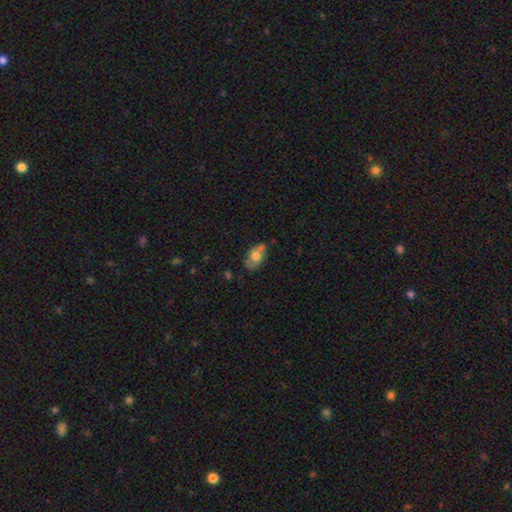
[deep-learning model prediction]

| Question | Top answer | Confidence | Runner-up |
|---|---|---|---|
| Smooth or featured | smooth | 53% | featured or disk (39%) |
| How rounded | in between | 89% | round (9%) |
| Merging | none | 65% | minor disturbance (26%) |